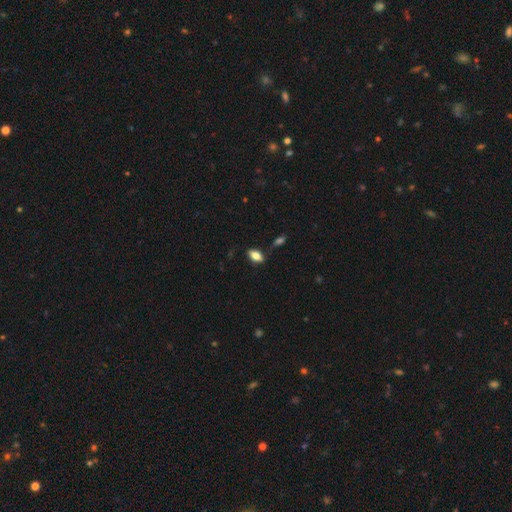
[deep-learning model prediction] Q: Smooth or featured?
A: smooth (78%); runner-up: featured or disk (13%)
Q: How rounded?
A: in between (89%); runner-up: cigar-shaped (6%)
Q: Merging?
A: none (78%); runner-up: minor disturbance (14%)